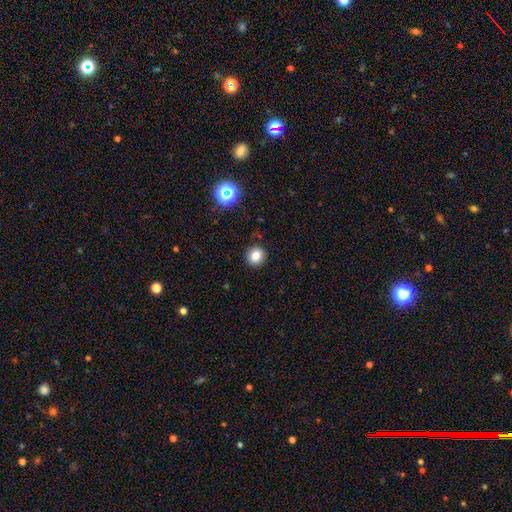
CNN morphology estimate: Smooth or featured: smooth — 80% (star or artifact — 13%)
How rounded: round — 86% (in between — 13%)
Merging: none — 91% (minor disturbance — 6%)